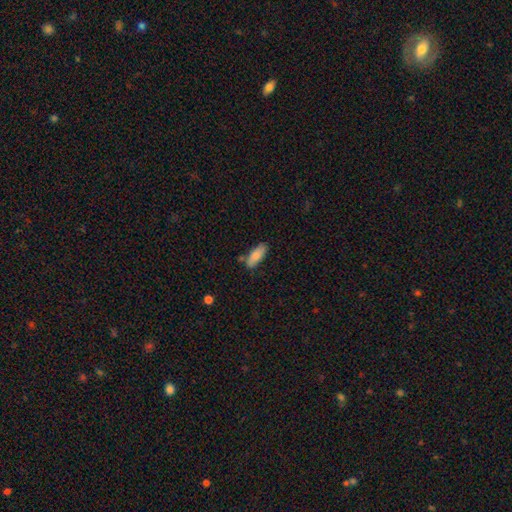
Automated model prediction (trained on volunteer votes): Smooth or featured: smooth — 84% (featured or disk — 9%)
How rounded: in between — 74% (cigar-shaped — 24%)
Merging: none — 77% (minor disturbance — 15%)